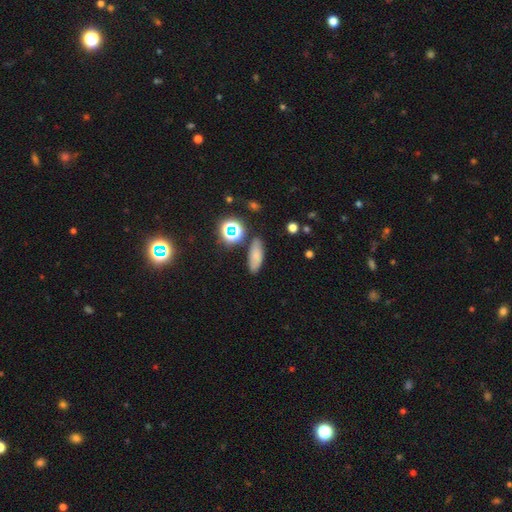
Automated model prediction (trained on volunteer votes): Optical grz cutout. It shows a smooth galaxy with no disk features (71%) that is in between round and cigar-shaped (66%). Merging: none (81%).